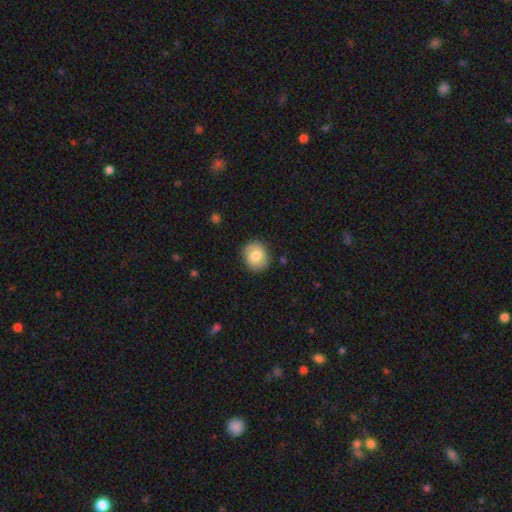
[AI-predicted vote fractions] smooth_or_featured: smooth (p=0.76) [alt: featured or disk p=0.17]
how_rounded: round (p=0.77) [alt: in between p=0.23]
merging: none (p=0.85) [alt: minor disturbance p=0.11]